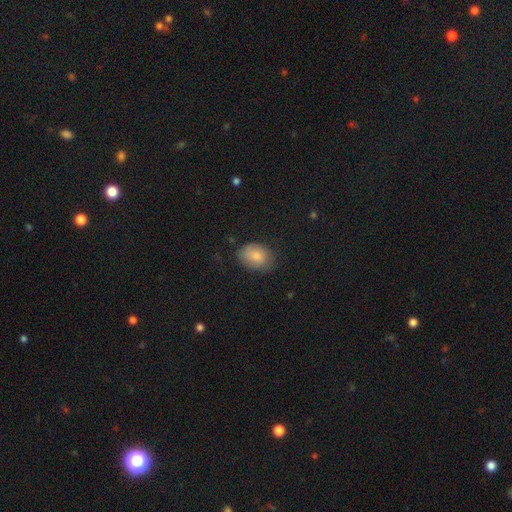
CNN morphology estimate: Smooth or featured? Predicted: smooth (p=0.80). How rounded? Predicted: in between (p=0.76). Merging? Predicted: none (p=0.73).